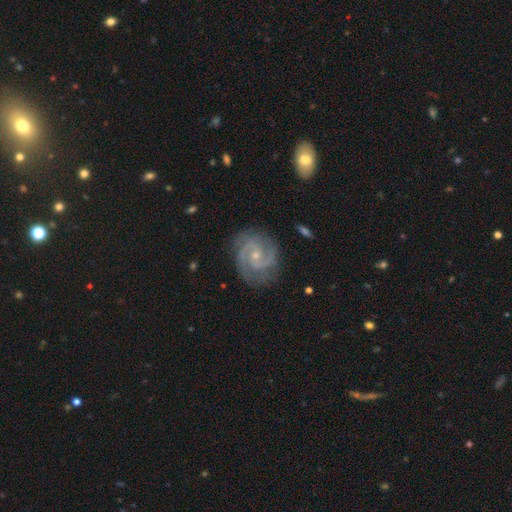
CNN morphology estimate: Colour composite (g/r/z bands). It shows a featured or disk galaxy (91%) with no bar (59%), 2 (73%) medium (49%) spiral arms (98%) and a small central bulge (73%). Merging: none (80%).